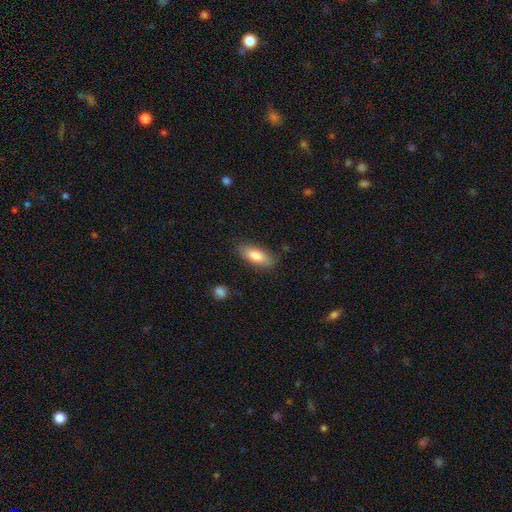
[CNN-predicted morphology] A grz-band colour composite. It shows a smooth galaxy with no disk features (80%) that is in between round and cigar-shaped (76%). Merging: none (83%).